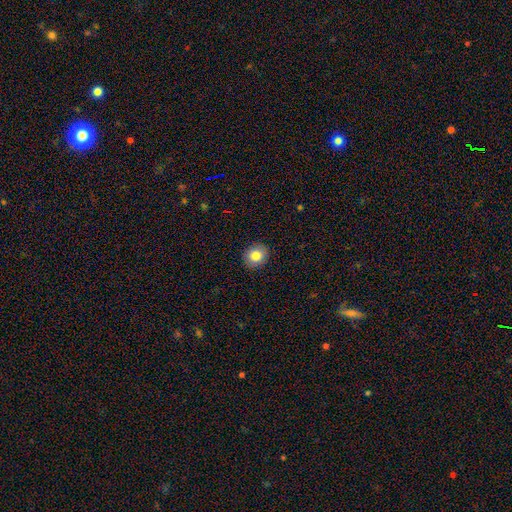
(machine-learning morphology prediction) Smooth or featured? Predicted: smooth (p=0.83). How rounded? Predicted: round (p=0.69). Merging? Predicted: none (p=0.90).